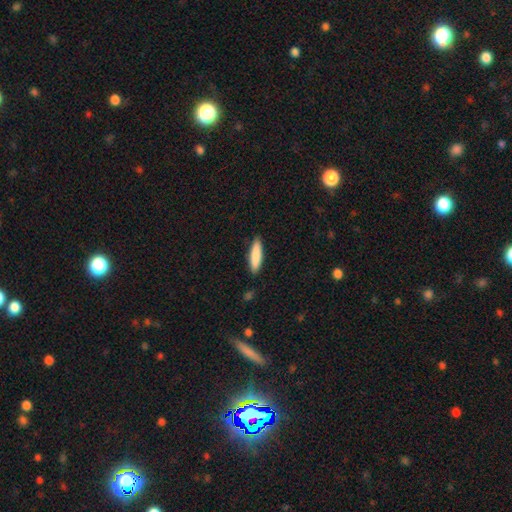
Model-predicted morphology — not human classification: smooth-or-featured: smooth: 86% | featured or disk: 8% | star or artifact: 5%
  how-rounded: cigar-shaped: 74% | in between: 25% | round: 1%
  merging: none: 89% | minor disturbance: 9% | major disturbance: 2% | merger: 1%